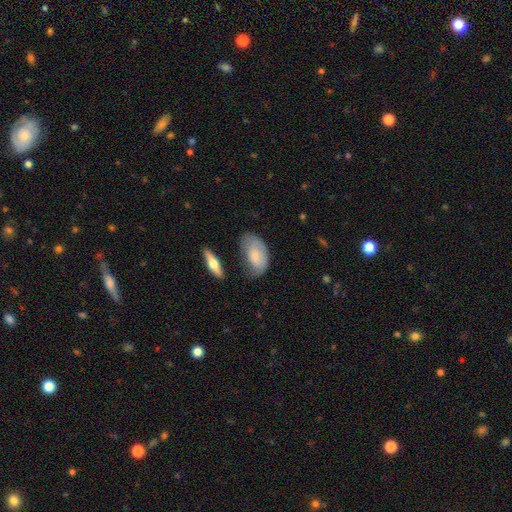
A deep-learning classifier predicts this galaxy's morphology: type=smooth (68%); roundness=in between (93%); merging=none (45%).